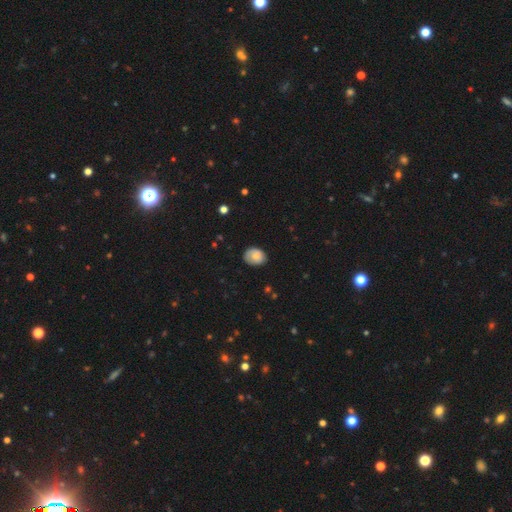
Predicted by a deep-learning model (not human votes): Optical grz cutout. It shows a smooth galaxy with no disk features (75%) that is in between round and cigar-shaped (53%). Merging: none (73%).